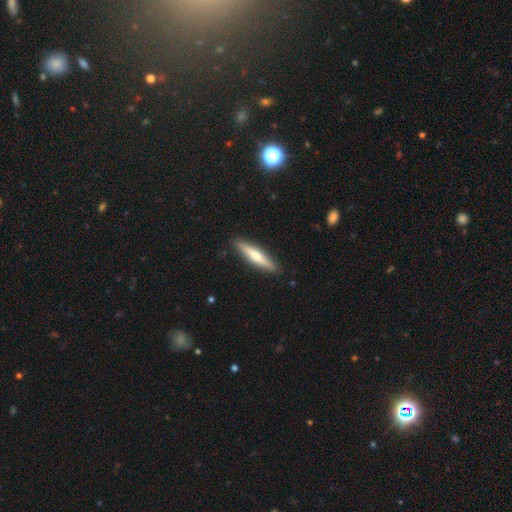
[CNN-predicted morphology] This appears to be a smooth galaxy with no disk features (49%). Merging: none (90%).